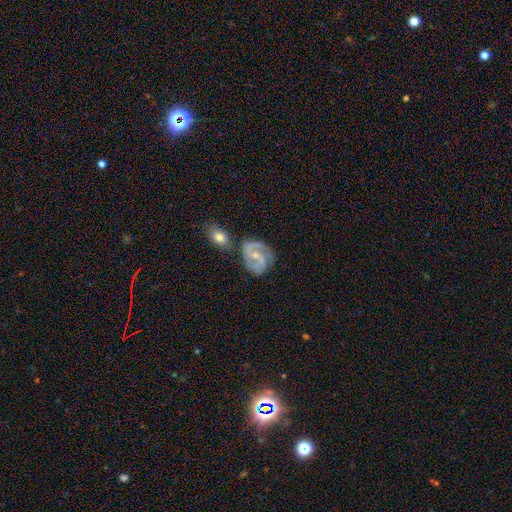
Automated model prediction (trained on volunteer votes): Smooth or featured? featured or disk (84%)
Edge-on disk? no (98%)
Bar? weak (48%)
Spiral arms? yes (96%)
Spiral winding? medium (55%)
Spiral arm count? 2 (86%)
Bulge size? small (63%)
Merging? none (63%)